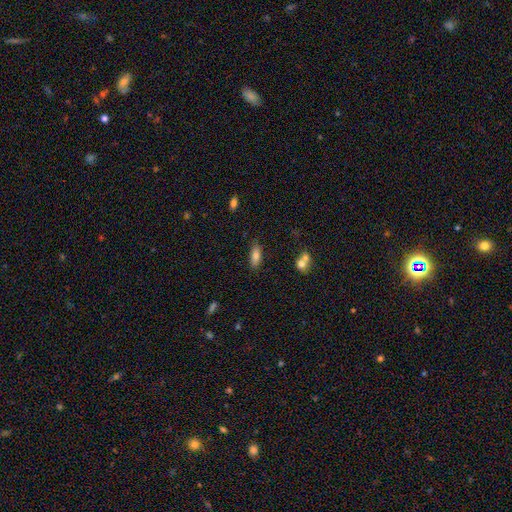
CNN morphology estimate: Smooth or featured? Predicted: smooth (p=0.80). How rounded? Predicted: in between (p=0.70). Merging? Predicted: none (p=0.79).